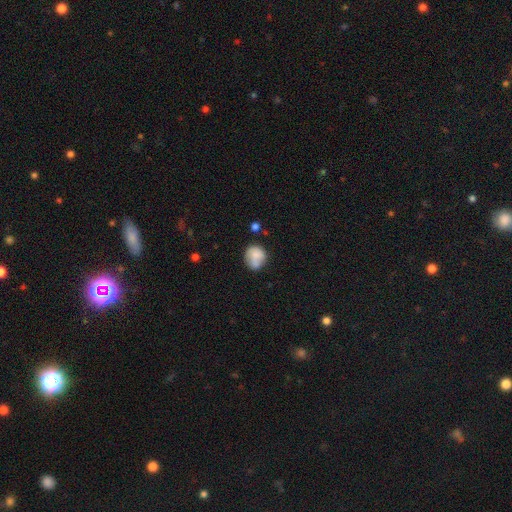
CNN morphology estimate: Q: Smooth or featured?
A: smooth (73%); runner-up: featured or disk (18%)
Q: How rounded?
A: round (74%); runner-up: in between (25%)
Q: Merging?
A: none (52%); runner-up: minor disturbance (25%)